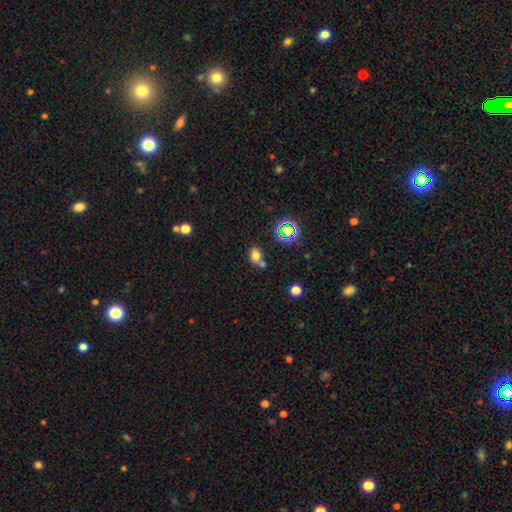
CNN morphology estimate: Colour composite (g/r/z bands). It shows a smooth galaxy with no disk features (72%) that is in between round and cigar-shaped (64%). Merging: none (53%).